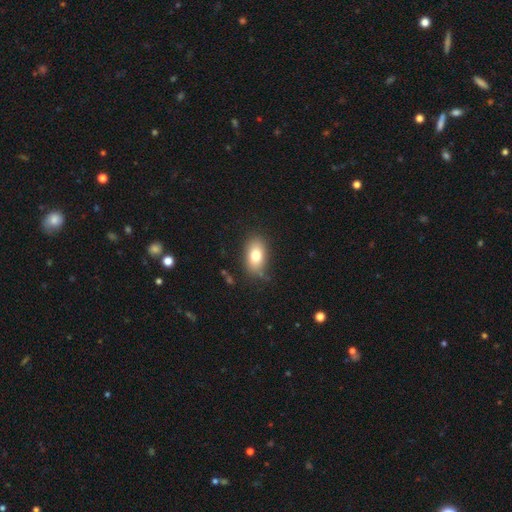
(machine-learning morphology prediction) A smooth galaxy with no disk features (79%) that is in between round and cigar-shaped (89%). Merging: none (81%).